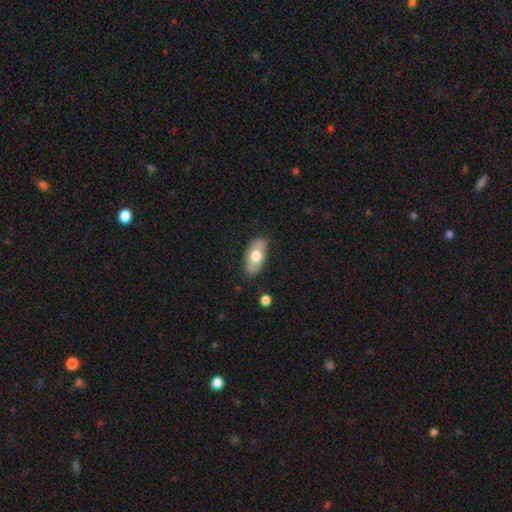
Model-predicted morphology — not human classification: A smooth galaxy with no disk features (68%) that is in between round and cigar-shaped (91%). Merging: none (78%).